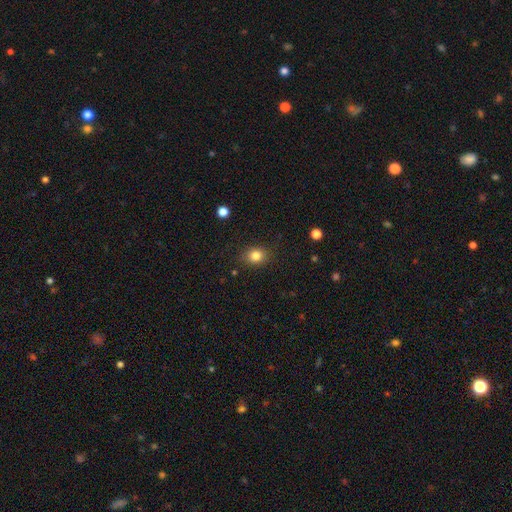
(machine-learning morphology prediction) type=smooth (83%); roundness=round (54%); merging=none (85%).